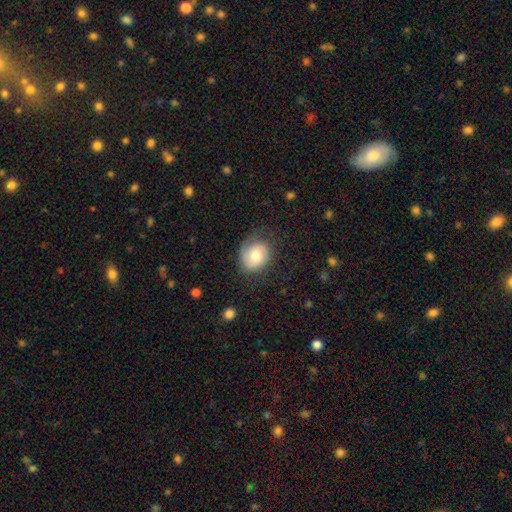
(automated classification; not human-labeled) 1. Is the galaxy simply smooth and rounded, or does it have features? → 63% smooth, 30% featured or disk, 7% star or artifact.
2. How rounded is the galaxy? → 59% round, 41% in between, 1% cigar-shaped.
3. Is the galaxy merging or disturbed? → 61% none, 25% minor disturbance, 13% major disturbance, 1% merger.